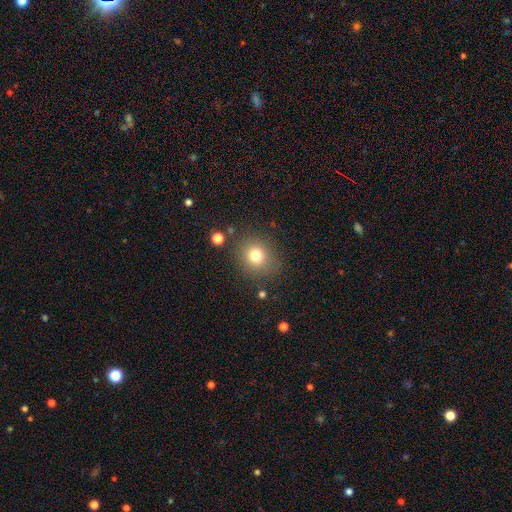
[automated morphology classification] A smooth galaxy with no disk features (77%) that is round (82%). Merging: none (82%).